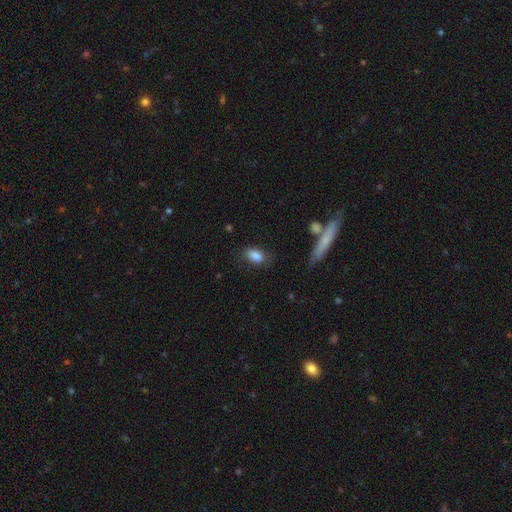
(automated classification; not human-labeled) smooth-or-featured: smooth: 85% | star or artifact: 8% | featured or disk: 7%
  how-rounded: in between: 88% | round: 8% | cigar-shaped: 3%
  merging: none: 72% | minor disturbance: 19% | major disturbance: 6% | merger: 3%